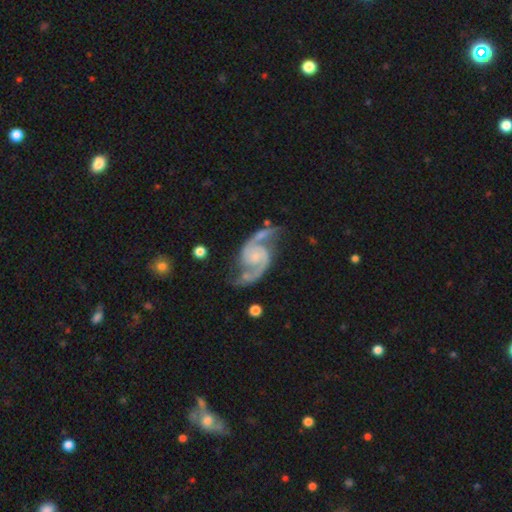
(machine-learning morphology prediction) smooth-or-featured: featured or disk: 93% | star or artifact: 4% | smooth: 3%
  disk-edge-on: no: 98% | yes: 2%
    bar: no: 63% | weak: 29% | strong: 8%
    has-spiral-arms: yes: 98% | no: 2%
      spiral-winding: medium: 56% | loose: 27% | tight: 17%
      spiral-arm-count: 2: 94% | can't tell: 1% | 1: 1% | 3: 1% | 4: 1% | more than 4: 1%
    bulge-size: small: 46% | none: 30% | moderate: 19% | large: 3% | dominant: 1%
  merging: none: 66% | minor disturbance: 19% | major disturbance: 9% | merger: 5%